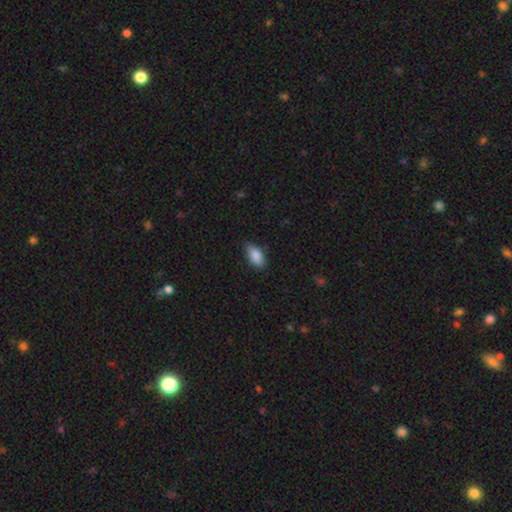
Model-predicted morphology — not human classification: Smooth or featured? Predicted: smooth (p=0.87). How rounded? Predicted: in between (p=0.90). Merging? Predicted: none (p=0.77).